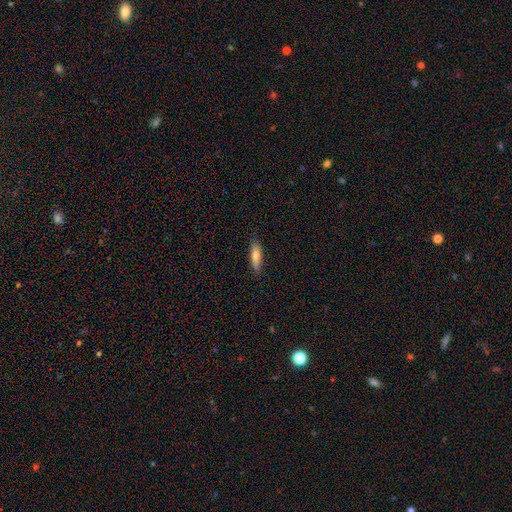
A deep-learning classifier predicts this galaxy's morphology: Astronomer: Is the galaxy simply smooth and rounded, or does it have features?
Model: smooth — 74%.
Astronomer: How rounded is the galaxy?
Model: cigar-shaped — 62%.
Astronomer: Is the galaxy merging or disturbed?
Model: none — 86%.